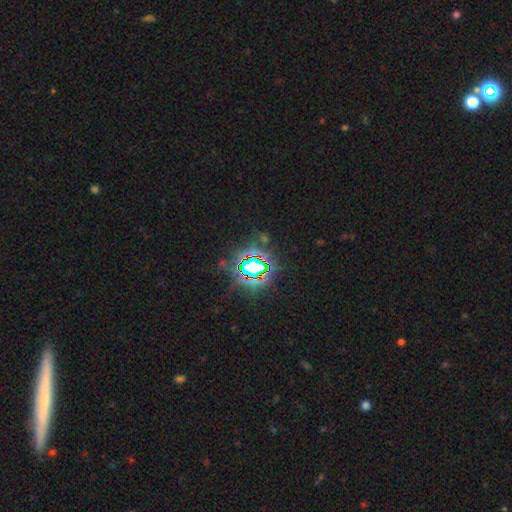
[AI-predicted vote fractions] A star or artifact, not a galaxy (80%).